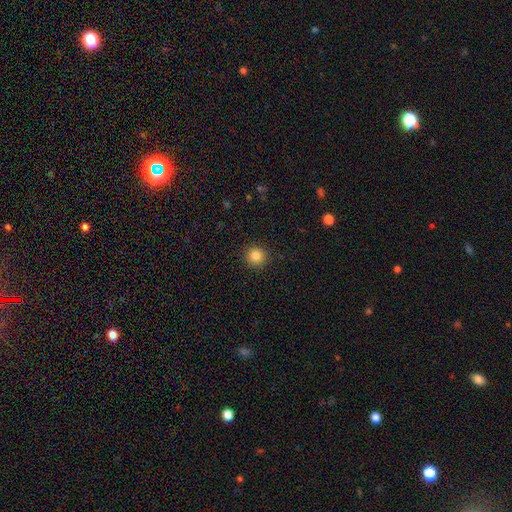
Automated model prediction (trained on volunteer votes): Smooth or featured? smooth (84%)
How rounded? round (94%)
Merging? none (92%)